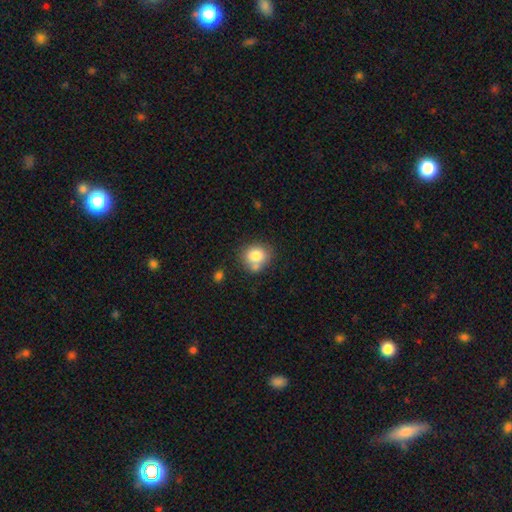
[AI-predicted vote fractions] This is likely a smooth galaxy (80%). How rounded: likely round (73%). Merging: possibly none (58%).